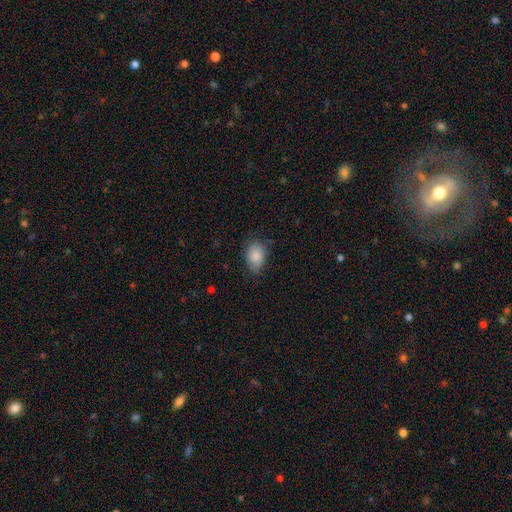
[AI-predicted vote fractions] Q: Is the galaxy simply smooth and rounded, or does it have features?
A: smooth — 85%.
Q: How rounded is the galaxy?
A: in between — 86%.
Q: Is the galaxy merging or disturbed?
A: none — 71%.